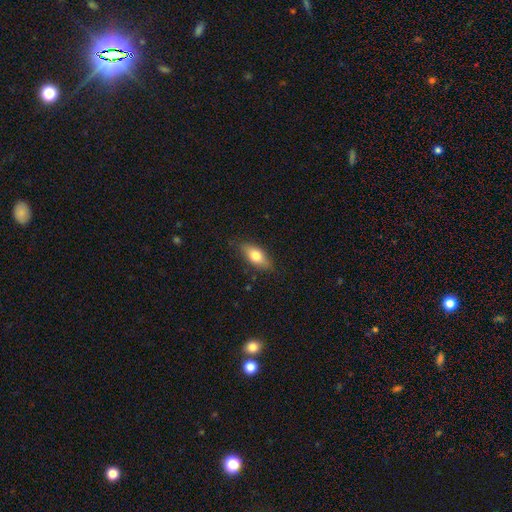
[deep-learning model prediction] Smooth or featured?
  - smooth: 73% *
  - featured or disk: 20%
  - star or artifact: 7%
How rounded?
  - in between: 81% *
  - cigar-shaped: 14%
  - round: 5%
Merging?
  - none: 81% *
  - minor disturbance: 15%
  - major disturbance: 3%
  - merger: 1%